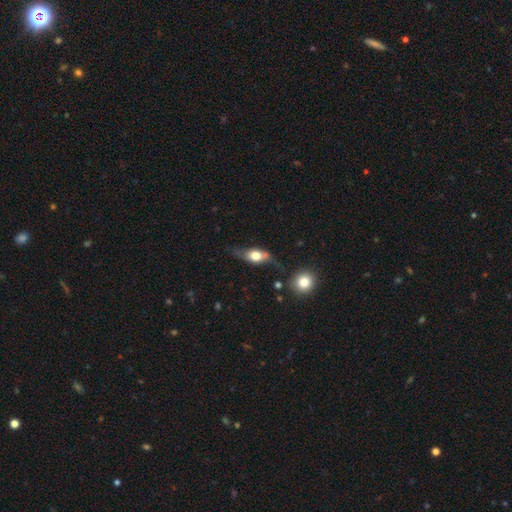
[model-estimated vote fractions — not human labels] Morphology: type=smooth (51%); roundness=in between (71%); merging=none (52%).